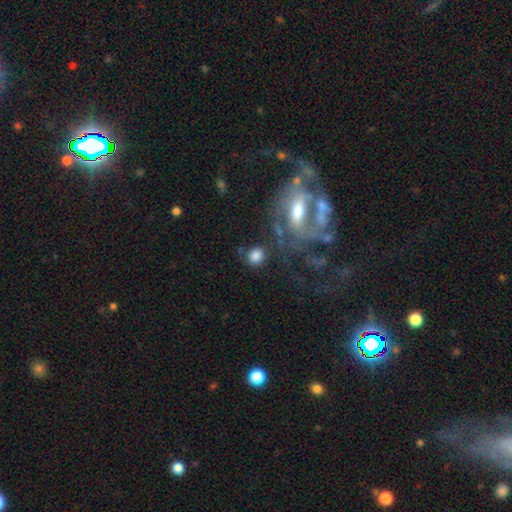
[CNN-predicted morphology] smooth_or_featured: smooth (p=0.78) [alt: featured or disk p=0.13]
how_rounded: round (p=0.74) [alt: in between p=0.24]
merging: none (p=0.69) [alt: minor disturbance p=0.13]